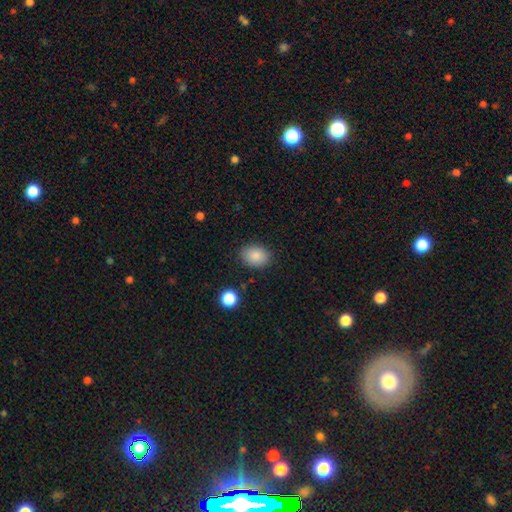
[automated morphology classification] This appears to be a smooth galaxy with no disk features (85%) that is in between round and cigar-shaped (66%). Merging: none (85%).